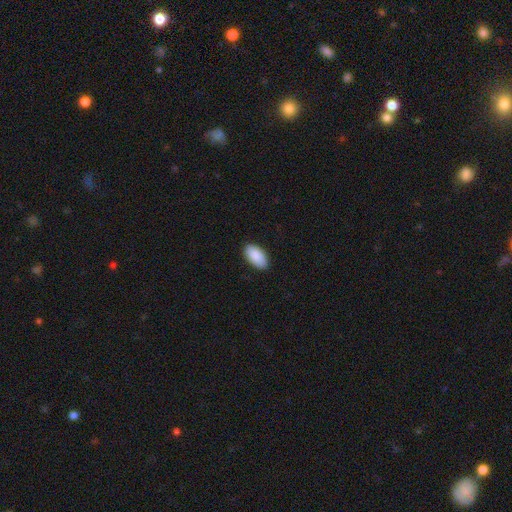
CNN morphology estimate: type=smooth (90%); roundness=in between (96%); merging=none (88%).